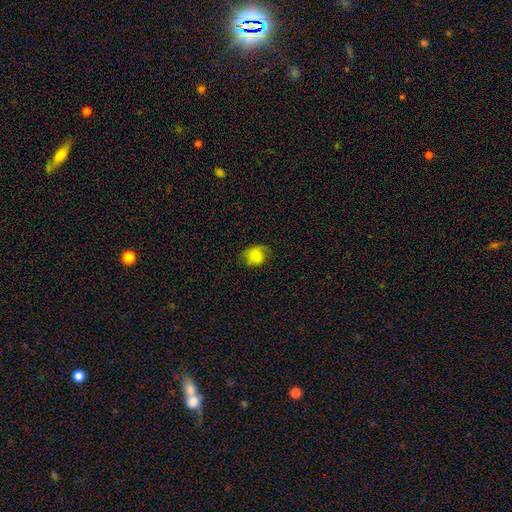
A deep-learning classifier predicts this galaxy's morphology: Smooth or featured? Predicted: smooth (p=0.77). How rounded? Predicted: round (p=0.71). Merging? Predicted: none (p=0.67).